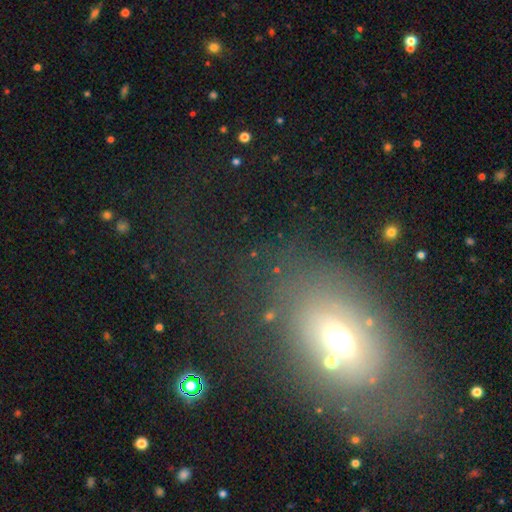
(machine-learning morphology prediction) Smooth or featured? smooth (46%)
Merging? none (59%)